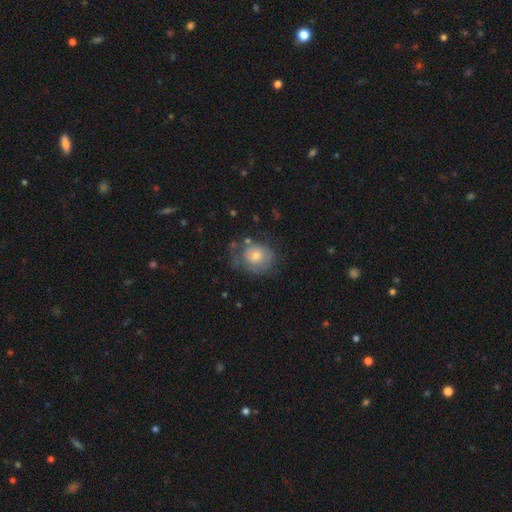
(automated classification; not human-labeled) The model was most divided on "smooth or featured": smooth: 52%, featured or disk: 39%, star or artifact: 9%. More confident: how rounded — round (72%); merging — none (53%).